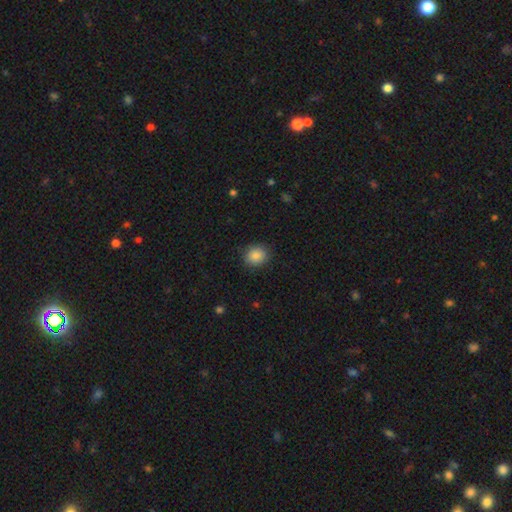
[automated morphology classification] Q: Smooth or featured?
A: smooth (87%); runner-up: star or artifact (9%)
Q: How rounded?
A: round (76%); runner-up: in between (23%)
Q: Merging?
A: none (88%); runner-up: minor disturbance (9%)